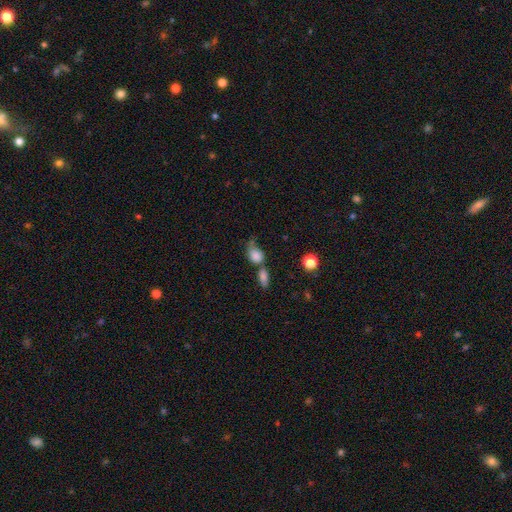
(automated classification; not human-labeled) Smooth or featured?
  - smooth: 83% *
  - star or artifact: 10%
  - featured or disk: 8%
How rounded?
  - in between: 59% *
  - round: 39%
  - cigar-shaped: 2%
Merging?
  - merger: 37% *
  - none: 35%
  - minor disturbance: 18%
  - major disturbance: 10%